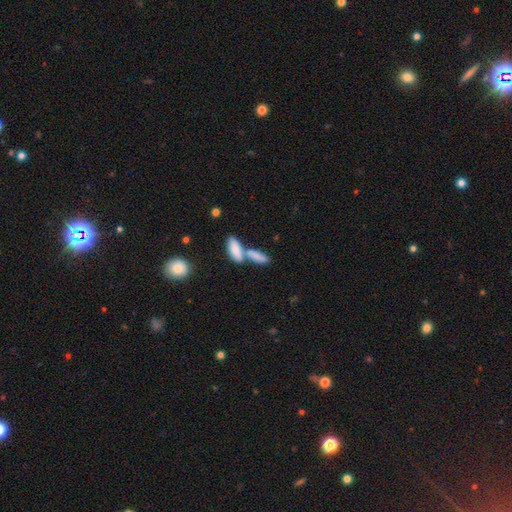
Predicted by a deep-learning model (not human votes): Overall: smooth (81%). How rounded: in between (63%; cigar-shaped 35%). Merging: merger (58%; none 31%).